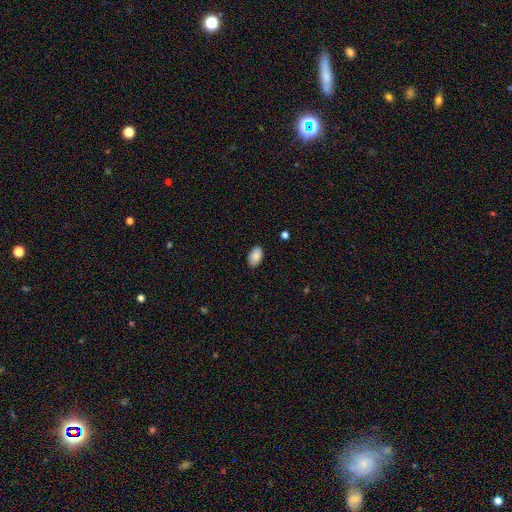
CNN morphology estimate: Overall: smooth (87%). How rounded: in between (93%). Merging: none (87%).